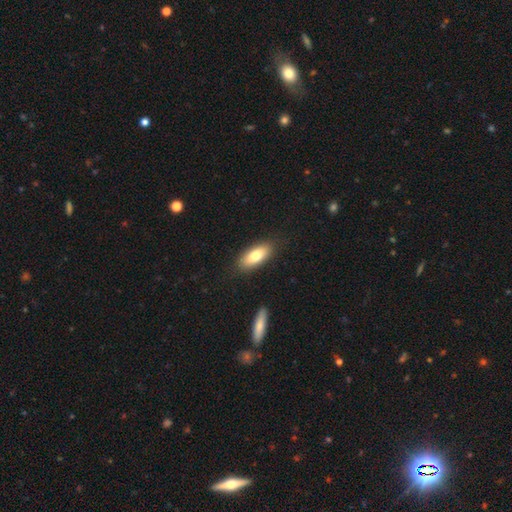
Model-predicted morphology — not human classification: Q: Smooth or featured?
A: smooth (76%); runner-up: featured or disk (18%)
Q: How rounded?
A: in between (83%); runner-up: cigar-shaped (15%)
Q: Merging?
A: none (86%); runner-up: minor disturbance (10%)